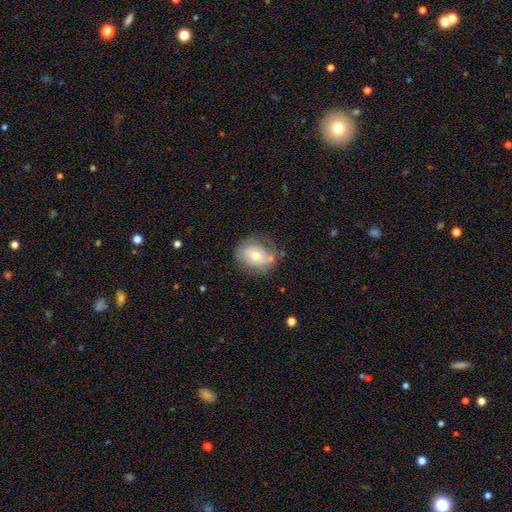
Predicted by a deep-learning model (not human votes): A smooth galaxy with no disk features (51%) that is in between round and cigar-shaped (55%). Merging: none (65%).